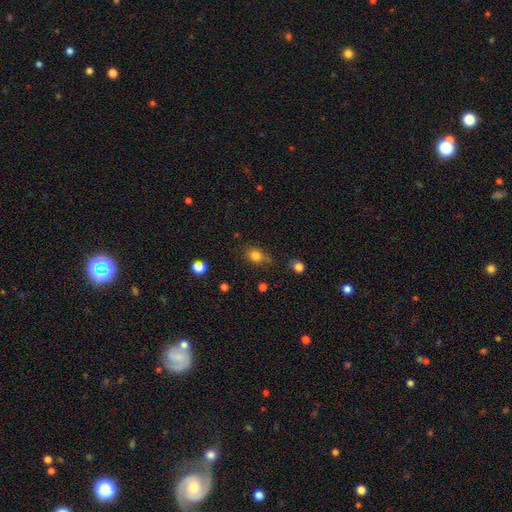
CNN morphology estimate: This appears to be a smooth galaxy with no disk features (79%) that is in between round and cigar-shaped (54%). Merging: none (67%).